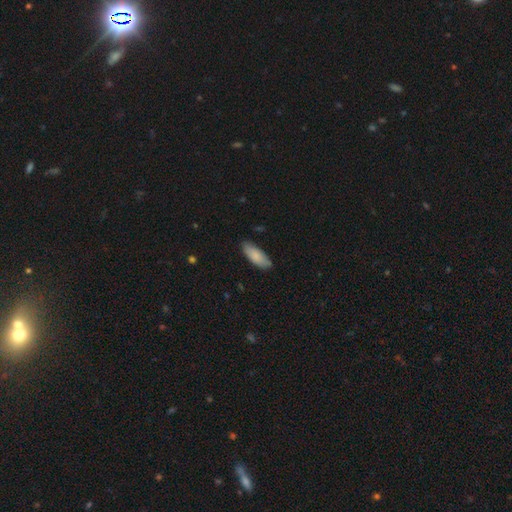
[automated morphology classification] The model was most divided on "how rounded": in between: 74%, cigar-shaped: 25%, round: 2%. More confident: smooth or featured — smooth (84%); merging — none (84%).